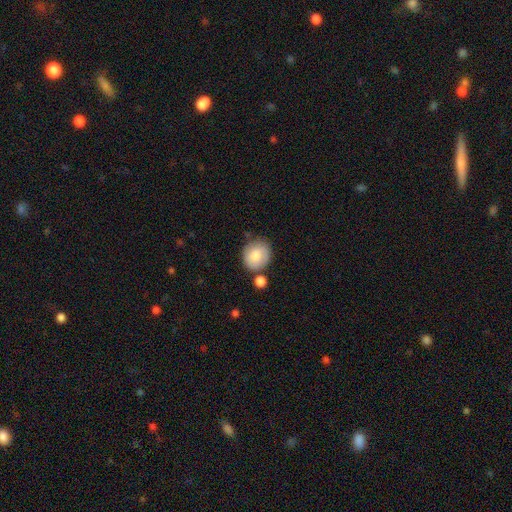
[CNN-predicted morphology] This appears to be a smooth galaxy with no disk features (79%) that is round (78%). Merging: none (70%).